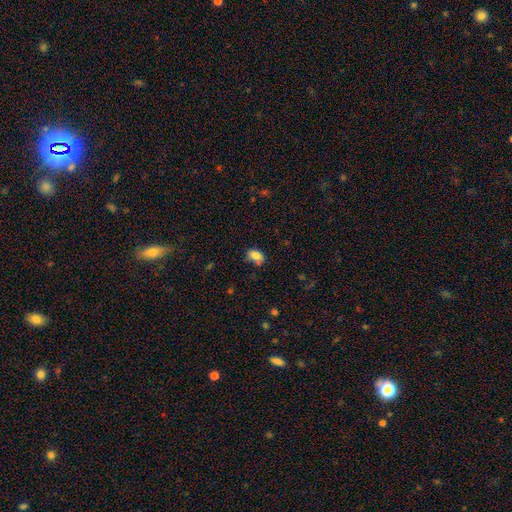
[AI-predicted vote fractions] Smooth or featured?
  - smooth: 82% *
  - star or artifact: 10%
  - featured or disk: 9%
How rounded?
  - in between: 80% *
  - round: 18%
  - cigar-shaped: 2%
Merging?
  - none: 61% *
  - minor disturbance: 24%
  - merger: 10%
  - major disturbance: 6%